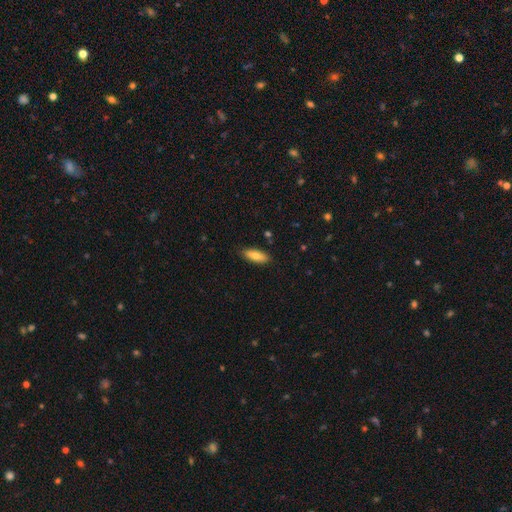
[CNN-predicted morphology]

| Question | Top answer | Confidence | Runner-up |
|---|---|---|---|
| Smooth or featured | smooth | 77% | featured or disk (17%) |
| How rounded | in between | 67% | cigar-shaped (31%) |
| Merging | none | 86% | minor disturbance (11%) |